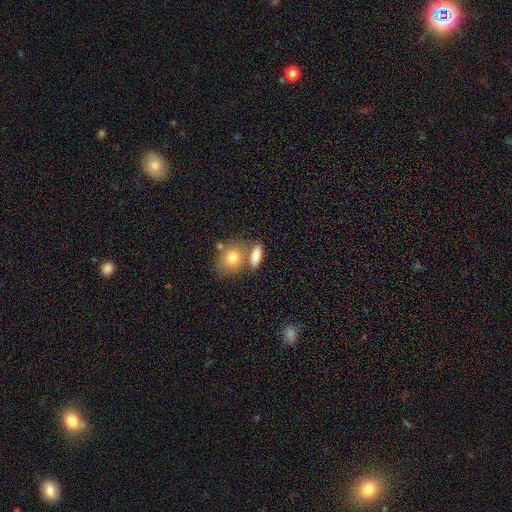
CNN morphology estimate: type=smooth (77%); roundness=in between (65%); merging=none (56%).